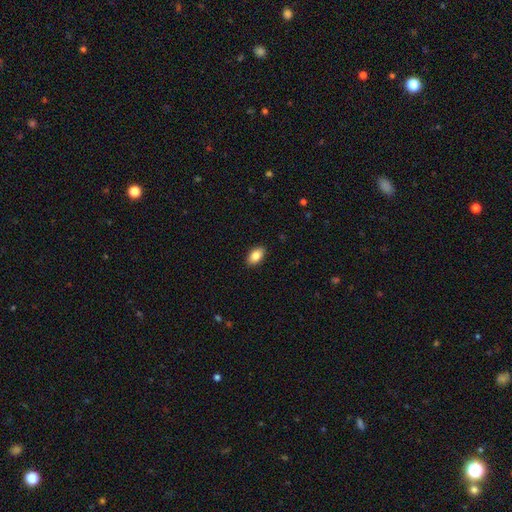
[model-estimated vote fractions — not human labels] Q: Smooth or featured?
A: smooth (86%); runner-up: star or artifact (7%)
Q: How rounded?
A: in between (92%); runner-up: round (6%)
Q: Merging?
A: none (90%); runner-up: minor disturbance (8%)